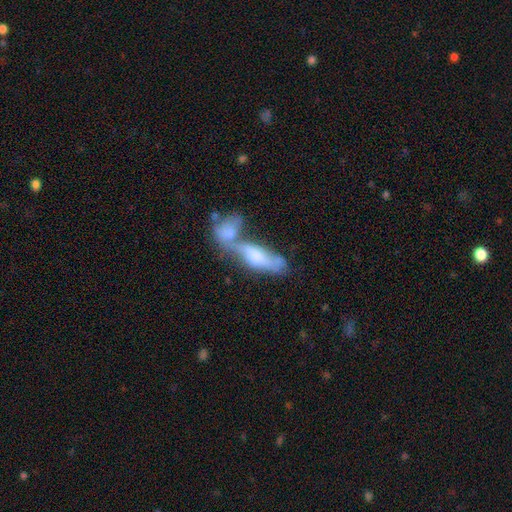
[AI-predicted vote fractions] Smooth or featured?
  - smooth: 53% *
  - featured or disk: 40%
  - star or artifact: 8%
How rounded?
  - in between: 57% *
  - cigar-shaped: 39%
  - round: 3%
Merging?
  - merger: 63% *
  - none: 19%
  - minor disturbance: 10%
  - major disturbance: 9%